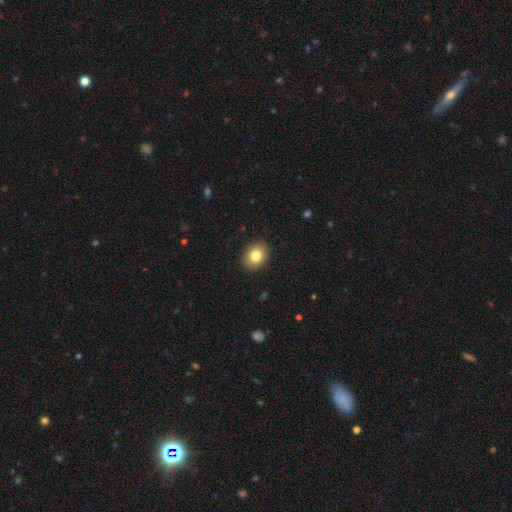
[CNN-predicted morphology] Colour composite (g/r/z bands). It shows a smooth galaxy with no disk features (82%) that is in between round and cigar-shaped (53%). Merging: none (90%).